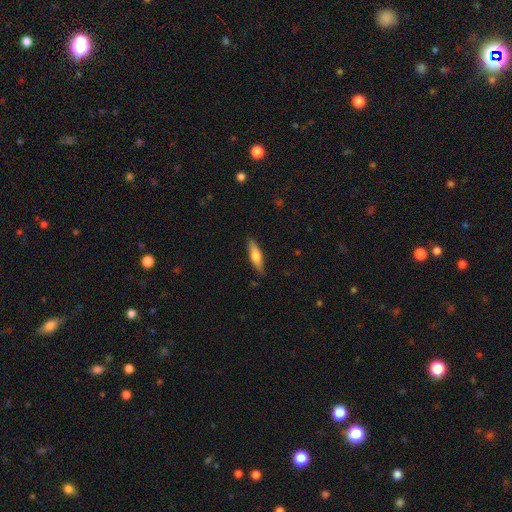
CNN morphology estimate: The model was most divided on "smooth or featured": smooth: 58%, featured or disk: 36%, star or artifact: 6%. More confident: merging — none (85%); how rounded — cigar-shaped (65%).